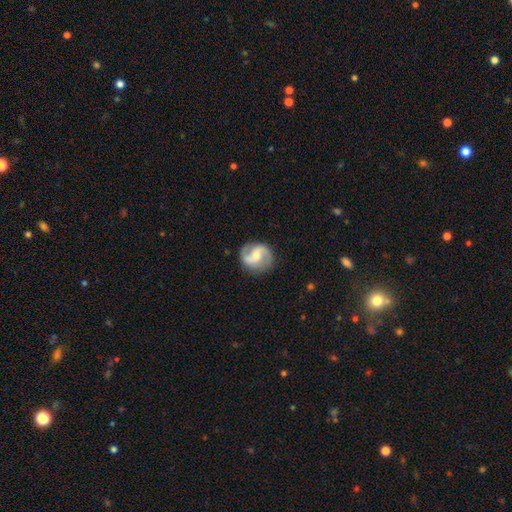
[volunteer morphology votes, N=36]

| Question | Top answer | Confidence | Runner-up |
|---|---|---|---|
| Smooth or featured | featured or disk | 78% | smooth (19%) |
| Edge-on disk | no | 100% | — |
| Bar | no | 43% | weak (36%) |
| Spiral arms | yes | 89% | no (11%) |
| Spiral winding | medium | 44% | tight (28%) |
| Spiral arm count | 2 | 96% | can't tell (4%) |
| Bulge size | moderate | 50% | small (36%) |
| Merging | none | 71% | minor disturbance (17%) |